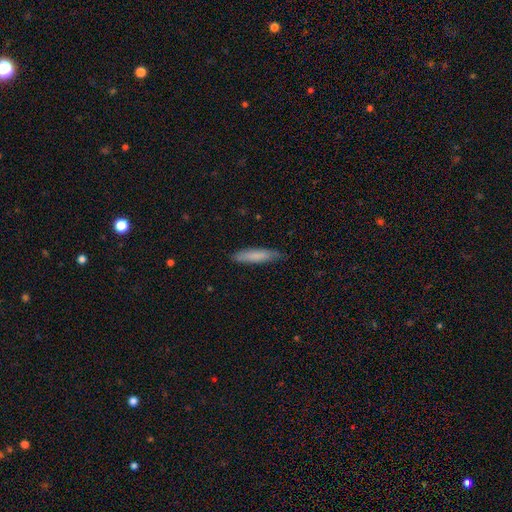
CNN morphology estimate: Smooth or featured: smooth — 79% (featured or disk — 15%)
How rounded: cigar-shaped — 82% (in between — 17%)
Merging: none — 79% (minor disturbance — 17%)